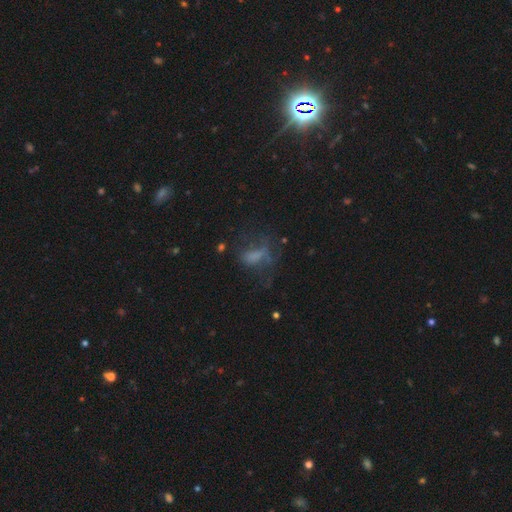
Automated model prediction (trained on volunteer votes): This is marginally a smooth galaxy (44%). Merging: marginally major disturbance (41%).